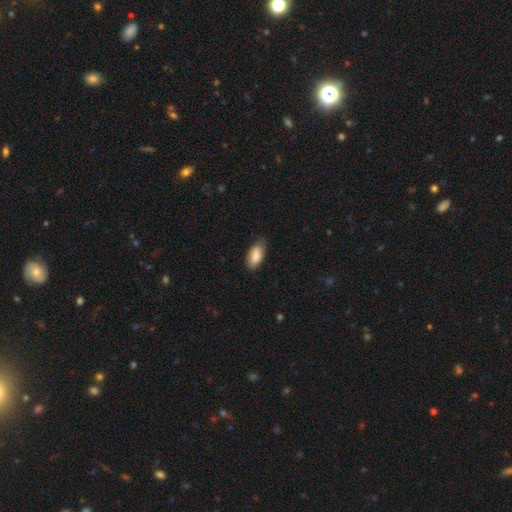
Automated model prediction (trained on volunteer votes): This is clearly a smooth galaxy (82%). How rounded: clearly in between (91%). Merging: likely none (72%).